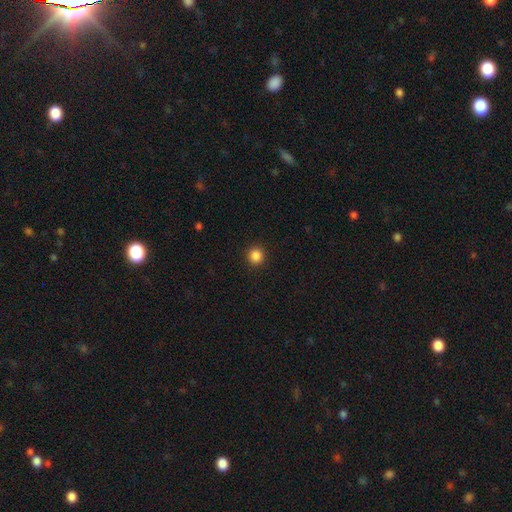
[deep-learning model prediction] smooth 86%, star or artifact 11%, featured or disk 3%. Down the decision tree: how rounded — round (92%); merging — none (92%).